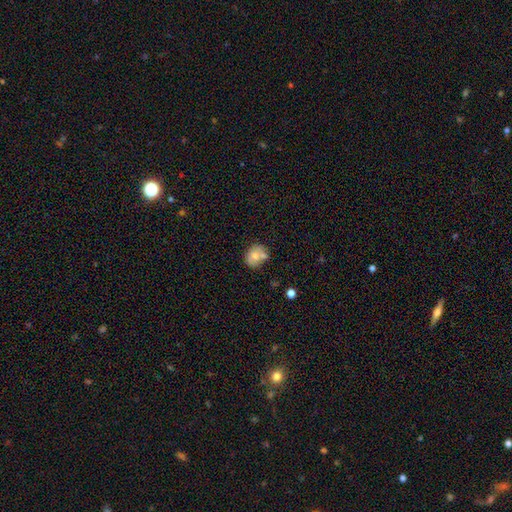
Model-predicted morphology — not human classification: smooth 67%, featured or disk 24%, star or artifact 9%. Down the decision tree: how rounded — round (58%); merging — none (52%).